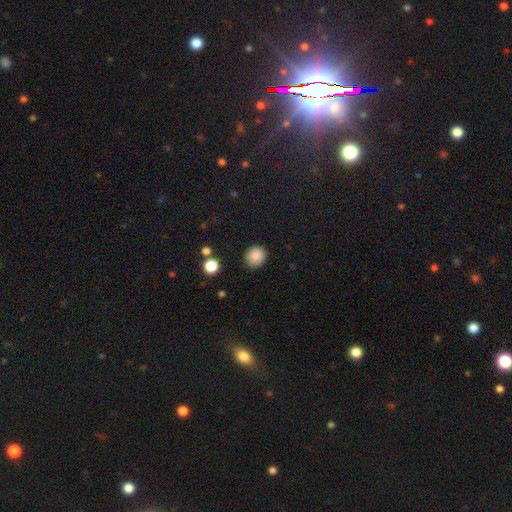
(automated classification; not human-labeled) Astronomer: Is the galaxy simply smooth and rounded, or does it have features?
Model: smooth — 87%.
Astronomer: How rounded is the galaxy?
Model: round — 83%.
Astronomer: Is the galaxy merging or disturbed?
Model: none — 84%.